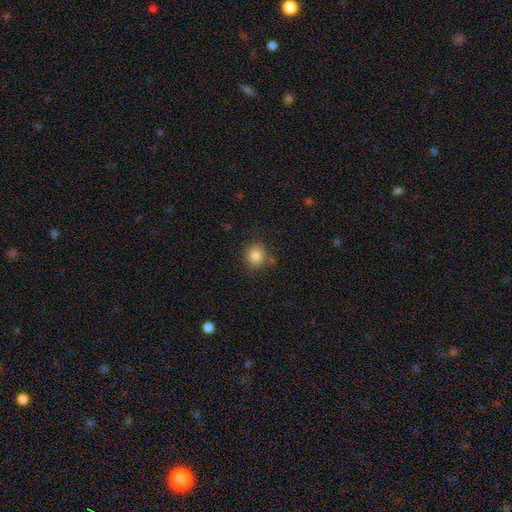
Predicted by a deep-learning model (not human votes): This is clearly a smooth galaxy (83%). How rounded: clearly round (84%). Merging: likely none (79%).